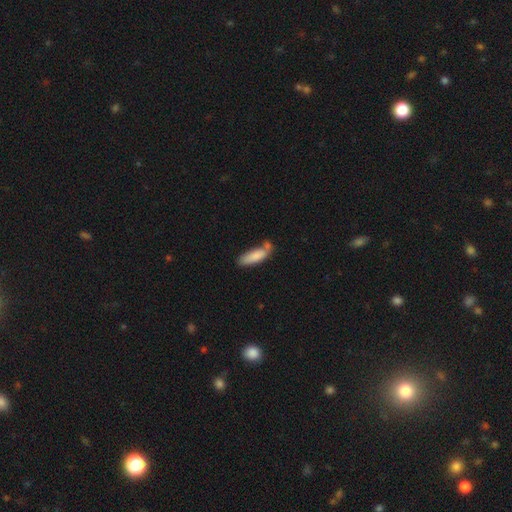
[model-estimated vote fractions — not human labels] A smooth galaxy with no disk features (83%) that is in between round and cigar-shaped (52%).

Vote fractions:
- Smooth or featured? smooth: 83% / featured or disk: 11% / star or artifact: 6%
- How rounded? in between: 52% / cigar-shaped: 46% / round: 2%
- Merging? none: 47% / merger: 24% / minor disturbance: 22% / major disturbance: 7%